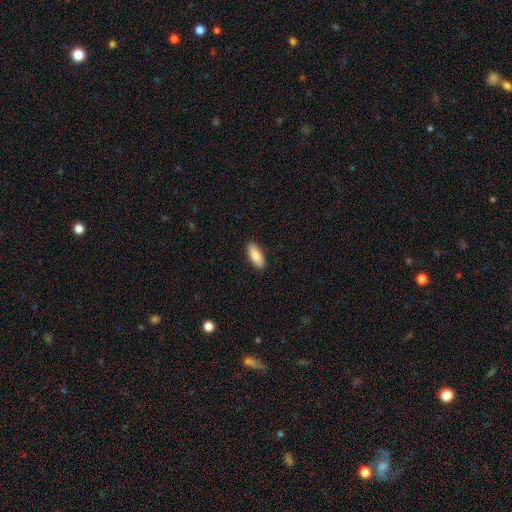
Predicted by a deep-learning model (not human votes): This appears to be a smooth galaxy with no disk features (87%) that is in between round and cigar-shaped (78%). Merging: none (90%).